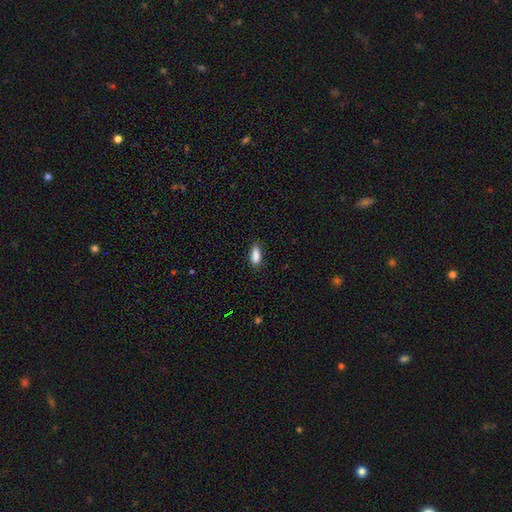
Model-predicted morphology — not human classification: This is clearly a smooth galaxy (85%). How rounded: likely in between (71%). Merging: likely none (76%).